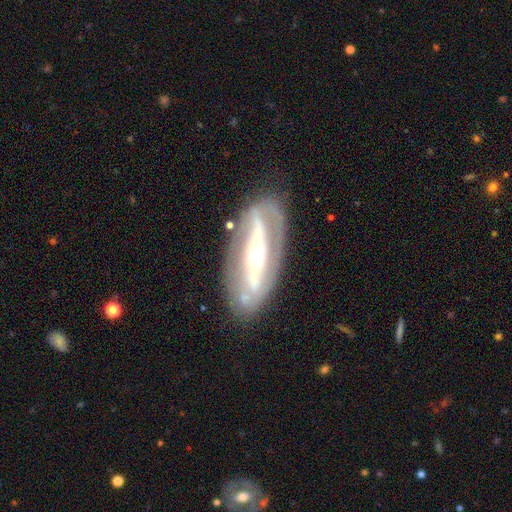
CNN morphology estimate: Smooth or featured: featured or disk — 81% (smooth — 14%)
Edge-on disk: no — 83% (yes — 17%)
Bar: strong — 60% (no — 23%)
Spiral arms: yes — 63% (no — 37%)
Bulge size: moderate — 58% (small — 31%)
Merging: none — 79% (minor disturbance — 13%)